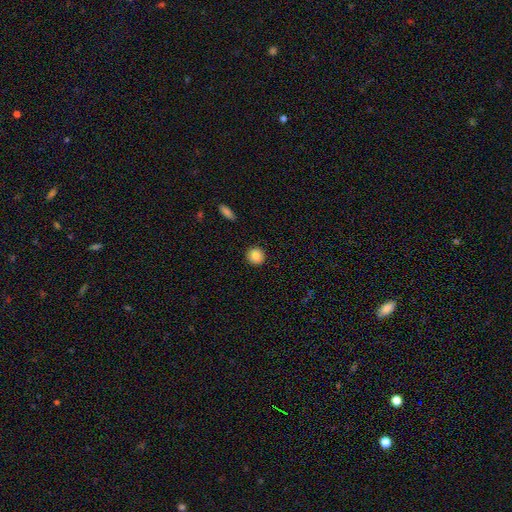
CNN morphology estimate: Q: Smooth or featured?
A: smooth (86%); runner-up: star or artifact (8%)
Q: How rounded?
A: round (92%); runner-up: in between (7%)
Q: Merging?
A: none (91%); runner-up: minor disturbance (6%)